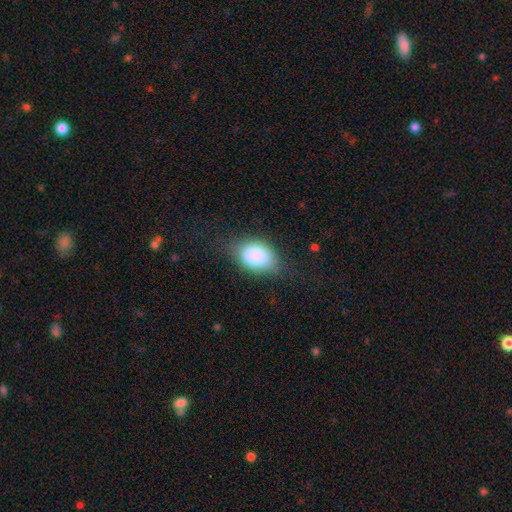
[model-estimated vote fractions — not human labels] This is clearly a smooth galaxy (84%). How rounded: clearly in between (82%). Merging: likely none (65%).